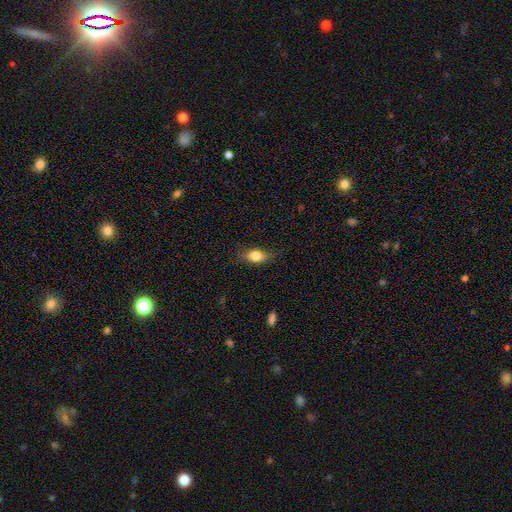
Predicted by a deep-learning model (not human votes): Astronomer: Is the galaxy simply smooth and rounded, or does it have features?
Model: smooth — 72%.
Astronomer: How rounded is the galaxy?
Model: in between — 73%.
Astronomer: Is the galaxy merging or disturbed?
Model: none — 73%.